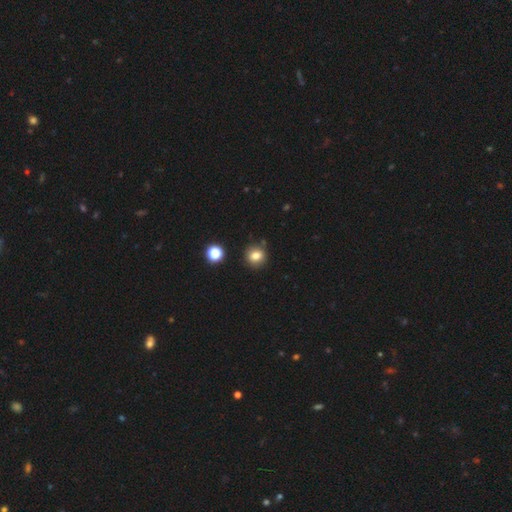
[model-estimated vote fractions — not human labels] A smooth galaxy with no disk features (80%) that is round (83%).

Vote fractions:
- Smooth or featured? smooth: 80% / star or artifact: 13% / featured or disk: 7%
- How rounded? round: 83% / in between: 16% / cigar-shaped: 1%
- Merging? none: 84% / minor disturbance: 9% / merger: 4% / major disturbance: 2%